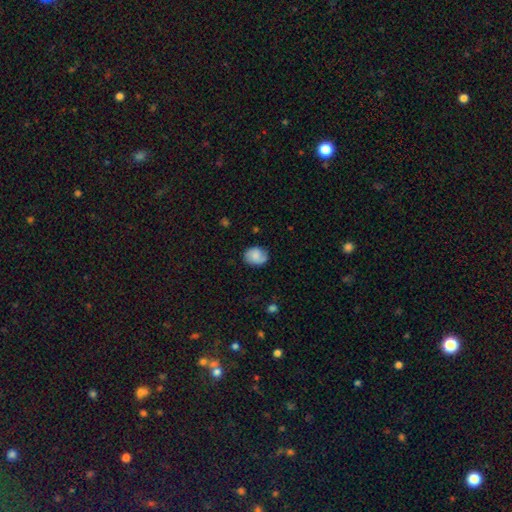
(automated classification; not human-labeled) Q: Smooth or featured?
A: smooth (66%); runner-up: featured or disk (26%)
Q: How rounded?
A: round (57%); runner-up: in between (42%)
Q: Merging?
A: none (76%); runner-up: minor disturbance (19%)